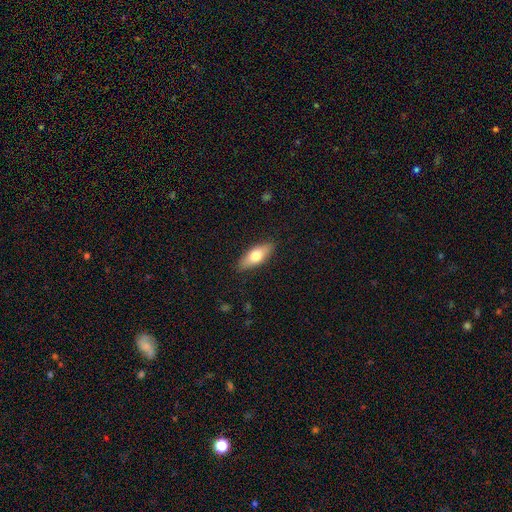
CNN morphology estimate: Overall: smooth (69%). How rounded: in between (73%). Merging: none (87%).